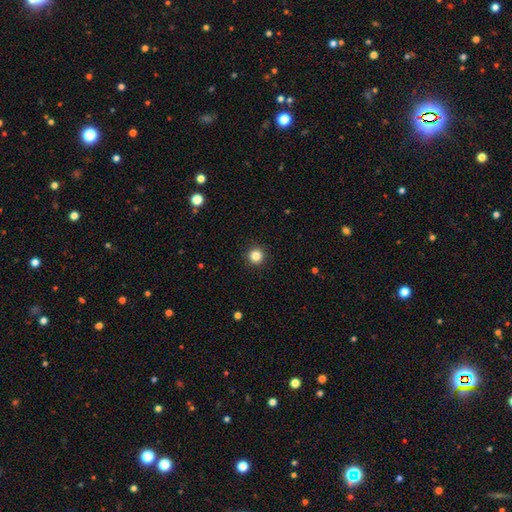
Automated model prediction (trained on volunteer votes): Smooth or featured? Predicted: smooth (p=0.84). How rounded? Predicted: round (p=0.96). Merging? Predicted: none (p=0.93).